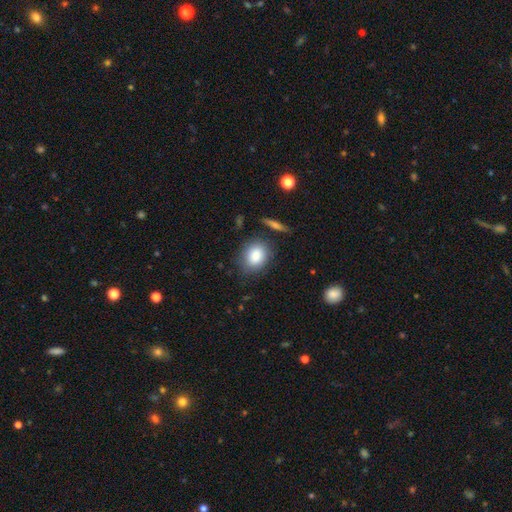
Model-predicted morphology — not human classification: smooth-or-featured: smooth: 86% | star or artifact: 7% | featured or disk: 7%
  how-rounded: in between: 51% | round: 48% | cigar-shaped: 2%
  merging: none: 78% | minor disturbance: 14% | major disturbance: 4% | merger: 3%